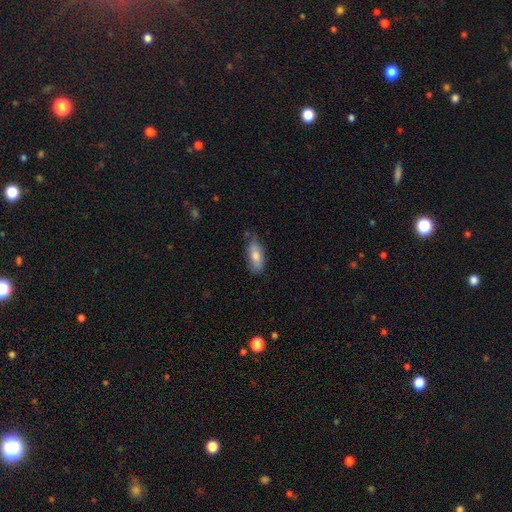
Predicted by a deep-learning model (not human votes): Q: Smooth or featured?
A: smooth (76%); runner-up: featured or disk (18%)
Q: How rounded?
A: in between (81%); runner-up: cigar-shaped (16%)
Q: Merging?
A: none (66%); runner-up: minor disturbance (26%)